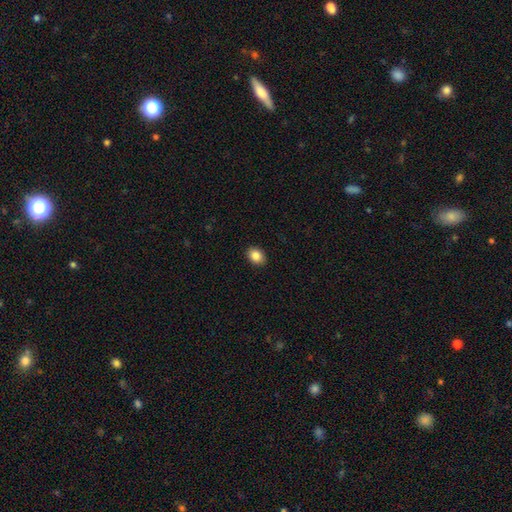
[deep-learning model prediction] Overall: smooth (86%). How rounded: in between (64%; round 35%). Merging: none (91%).